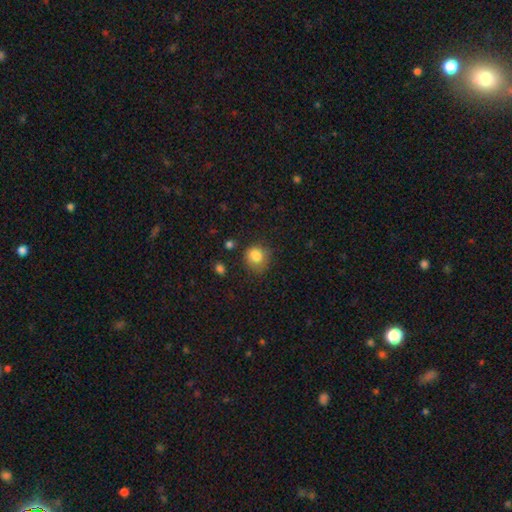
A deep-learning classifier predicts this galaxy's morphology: smooth-or-featured: smooth: 83% | star or artifact: 9% | featured or disk: 8%
  how-rounded: round: 75% | in between: 24% | cigar-shaped: 1%
  merging: none: 61% | minor disturbance: 26% | major disturbance: 10% | merger: 3%